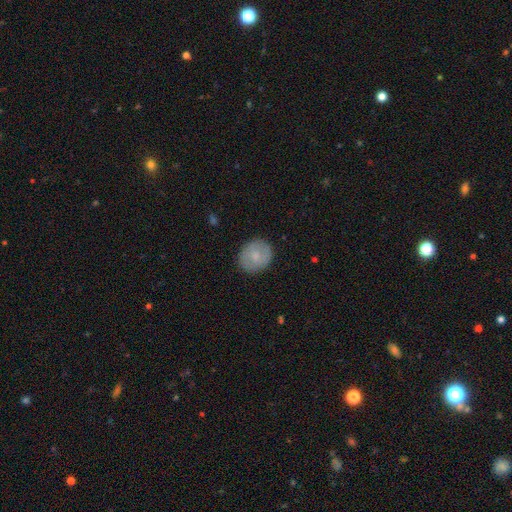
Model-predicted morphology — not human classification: The model was most divided on "smooth or featured": smooth: 68%, featured or disk: 25%, star or artifact: 7%. More confident: merging — none (87%); how rounded — round (80%).